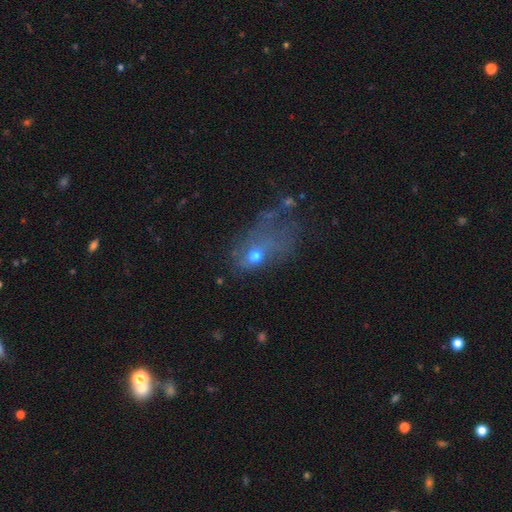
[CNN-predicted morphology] A smooth galaxy with no disk features (50%) that is in between round and cigar-shaped (76%).

Vote fractions:
- Smooth or featured? smooth: 50% / featured or disk: 34% / star or artifact: 16%
- How rounded? in between: 76% / round: 20% / cigar-shaped: 4%
- Merging? major disturbance: 54% / none: 19% / minor disturbance: 18% / merger: 9%